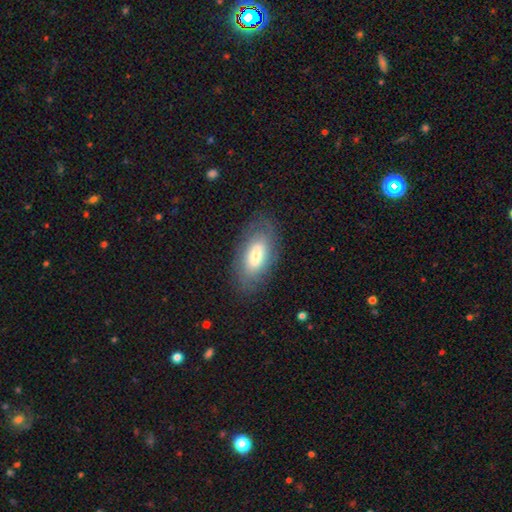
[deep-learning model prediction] Overall: smooth (57%; featured or disk 36%). How rounded: in between (89%). Merging: none (80%).